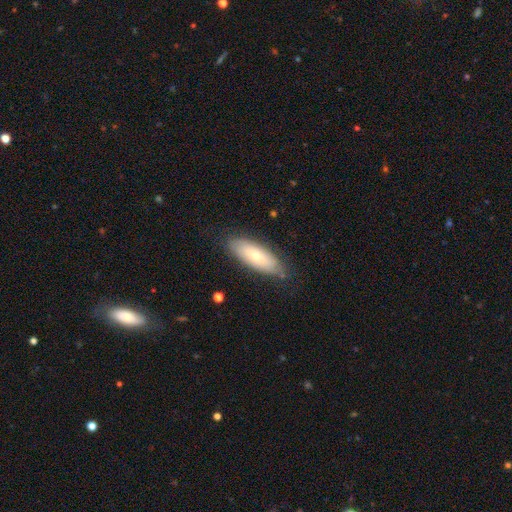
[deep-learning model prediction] Smooth or featured? Predicted: smooth (p=0.65). How rounded? Predicted: in between (p=0.65). Merging? Predicted: none (p=0.81).